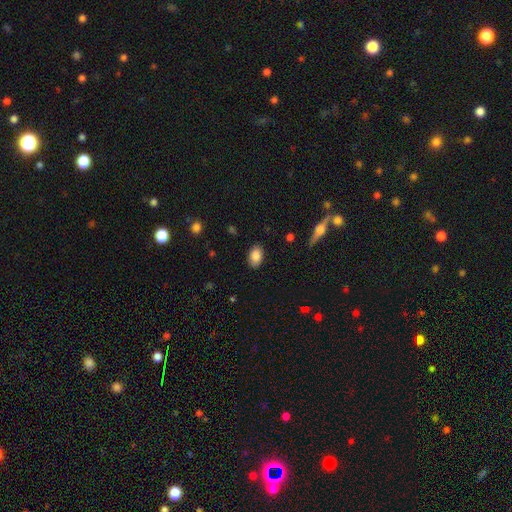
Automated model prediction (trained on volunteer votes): This is clearly a smooth galaxy (85%). How rounded: clearly in between (88%). Merging: clearly none (87%).